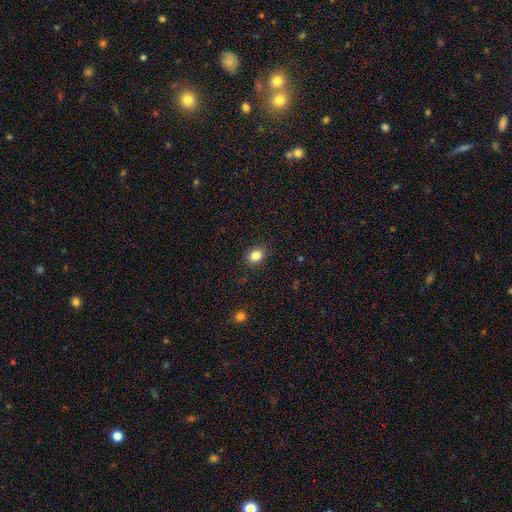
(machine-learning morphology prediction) Smooth or featured? Predicted: smooth (p=0.85). How rounded? Predicted: in between (p=0.65). Merging? Predicted: none (p=0.87).